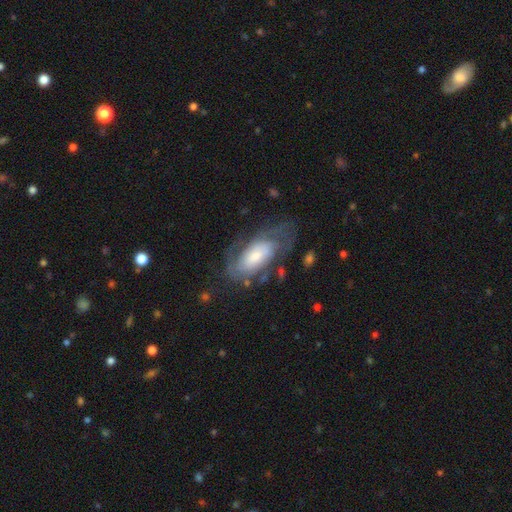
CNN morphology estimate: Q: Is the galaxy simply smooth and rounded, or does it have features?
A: featured or disk — 71%.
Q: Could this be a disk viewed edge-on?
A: no — 94%.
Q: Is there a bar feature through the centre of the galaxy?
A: no — 64%.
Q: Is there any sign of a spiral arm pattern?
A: yes — 86%.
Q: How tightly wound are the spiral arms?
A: tight — 47%.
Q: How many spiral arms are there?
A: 2 — 48%.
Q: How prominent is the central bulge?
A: moderate — 37%.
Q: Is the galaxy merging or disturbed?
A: none — 54%.